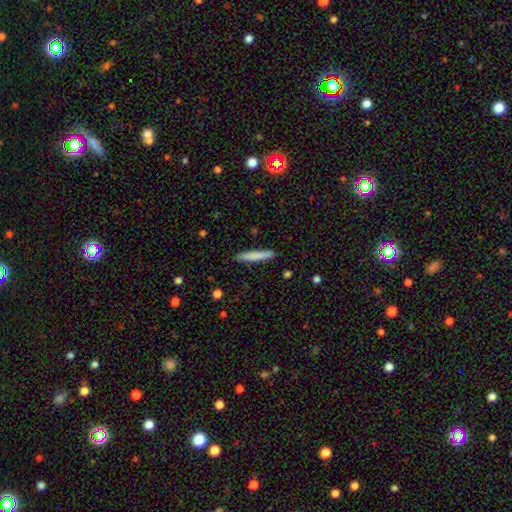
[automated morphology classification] smooth_or_featured: smooth (p=0.81) [alt: featured or disk p=0.14]
how_rounded: cigar-shaped (p=0.93) [alt: in between p=0.05]
merging: none (p=0.89) [alt: minor disturbance p=0.08]